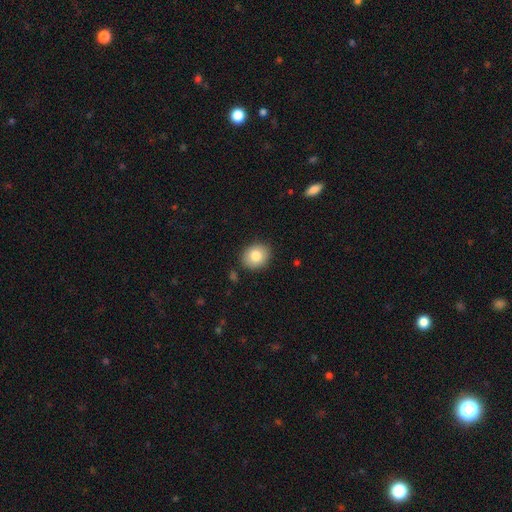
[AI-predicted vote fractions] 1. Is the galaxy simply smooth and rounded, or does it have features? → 82% smooth, 10% featured or disk, 9% star or artifact.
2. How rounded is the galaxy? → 62% round, 37% in between, 1% cigar-shaped.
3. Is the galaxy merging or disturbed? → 87% none, 9% minor disturbance, 2% major disturbance, 2% merger.